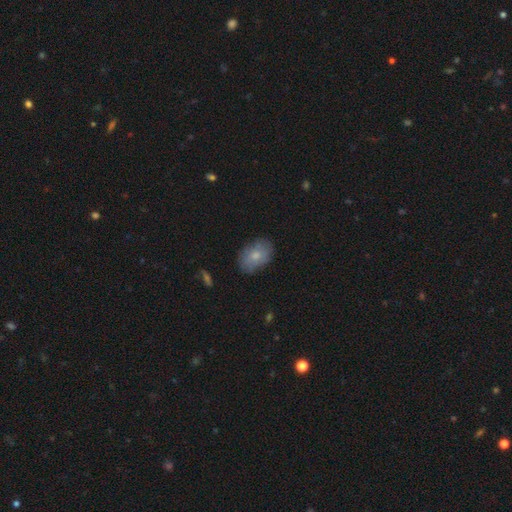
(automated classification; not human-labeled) The model was most divided on "smooth or featured": smooth: 73%, featured or disk: 20%, star or artifact: 7%. More confident: how rounded — in between (85%); merging — none (77%).